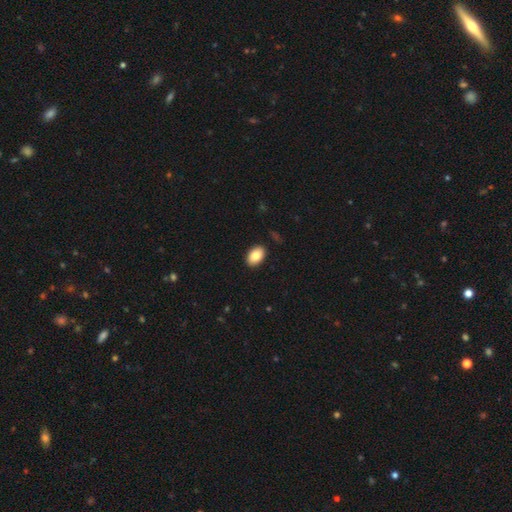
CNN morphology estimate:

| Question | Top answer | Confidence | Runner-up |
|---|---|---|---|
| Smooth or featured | smooth | 84% | featured or disk (8%) |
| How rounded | in between | 89% | round (10%) |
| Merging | none | 90% | minor disturbance (7%) |